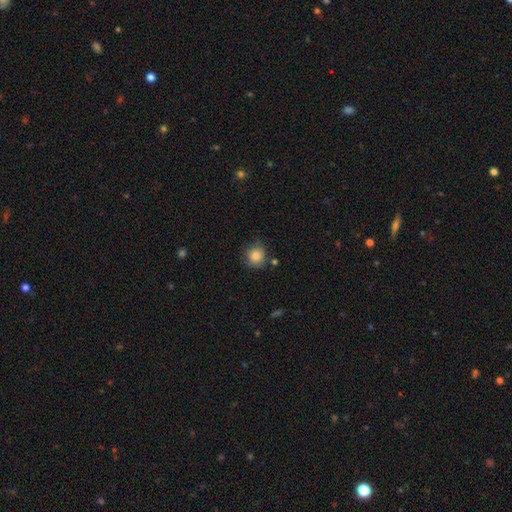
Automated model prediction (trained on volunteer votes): Smooth or featured: smooth — 84% (star or artifact — 9%)
How rounded: round — 85% (in between — 14%)
Merging: none — 73% (minor disturbance — 19%)